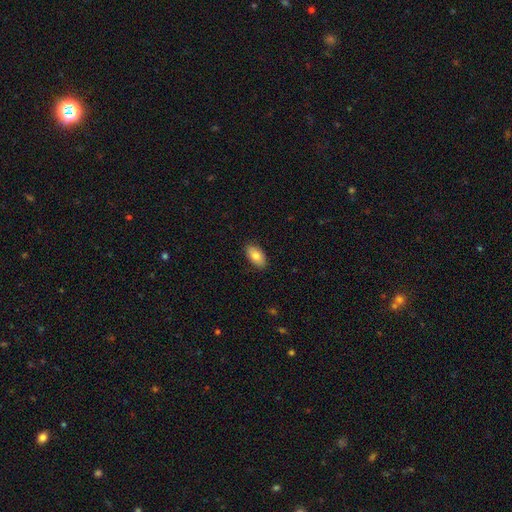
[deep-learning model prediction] The model was most divided on "smooth or featured": smooth: 80%, featured or disk: 13%, star or artifact: 7%. More confident: how rounded — in between (93%); merging — none (87%).